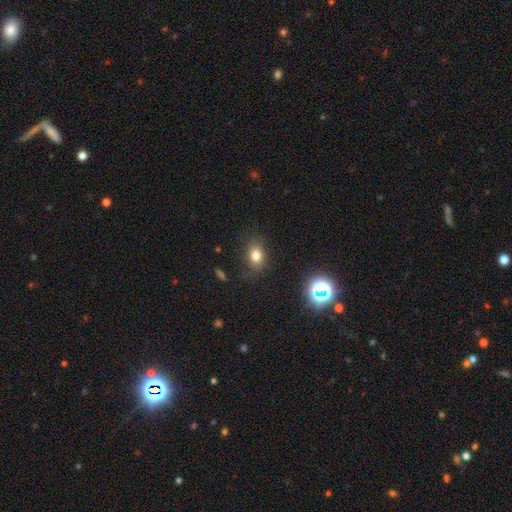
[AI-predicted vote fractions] A smooth galaxy with no disk features (76%) that is in between round and cigar-shaped (69%). Merging: none (82%).